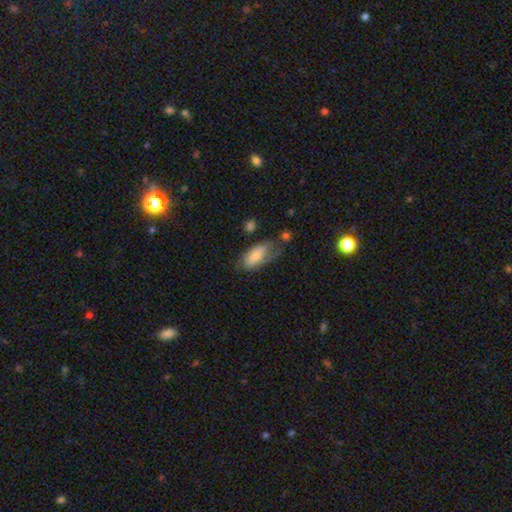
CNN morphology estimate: Q: Smooth or featured?
A: smooth (64%); runner-up: featured or disk (29%)
Q: How rounded?
A: in between (87%); runner-up: cigar-shaped (10%)
Q: Merging?
A: none (42%); runner-up: minor disturbance (31%)